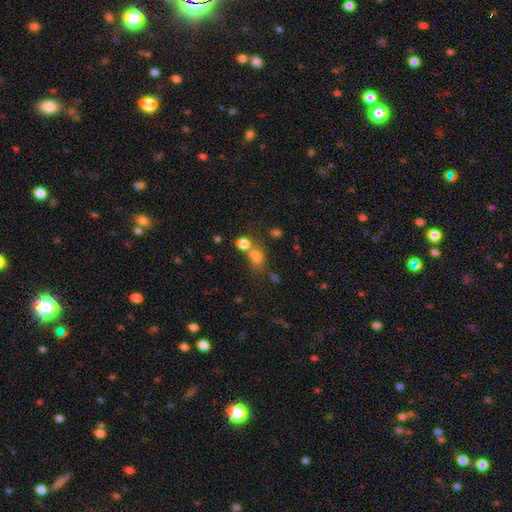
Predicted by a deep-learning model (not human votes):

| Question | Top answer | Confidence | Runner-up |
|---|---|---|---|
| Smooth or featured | smooth | 69% | star or artifact (21%) |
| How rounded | in between | 56% | round (41%) |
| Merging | none | 45% | merger (31%) |